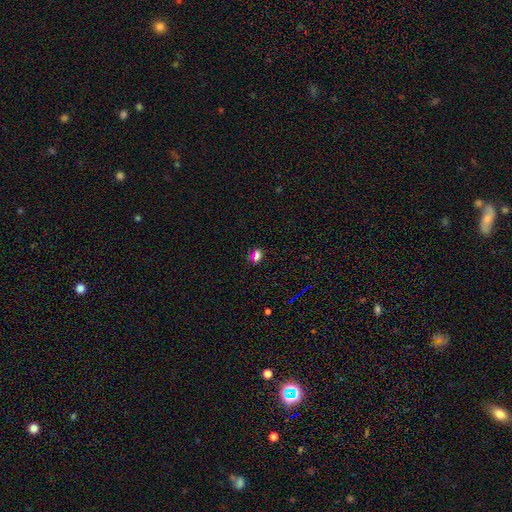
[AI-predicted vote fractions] Q: Smooth or featured?
A: smooth (61%); runner-up: star or artifact (29%)
Q: How rounded?
A: in between (52%); runner-up: round (44%)
Q: Merging?
A: none (83%); runner-up: minor disturbance (10%)